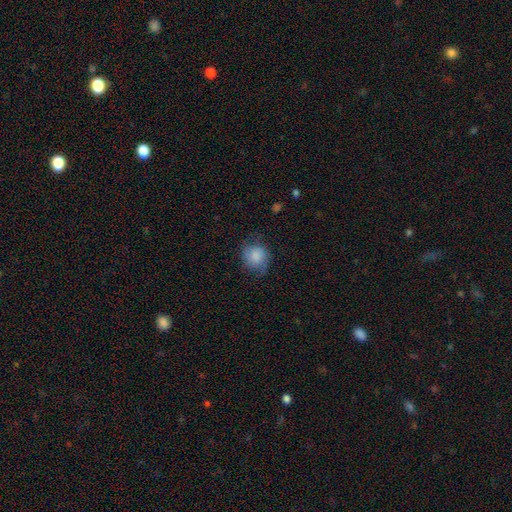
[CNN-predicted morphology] Q: Smooth or featured?
A: smooth (72%); runner-up: featured or disk (20%)
Q: How rounded?
A: round (73%); runner-up: in between (26%)
Q: Merging?
A: none (61%); runner-up: minor disturbance (26%)